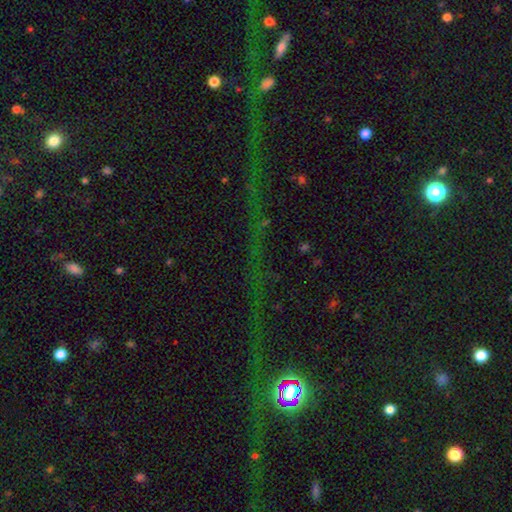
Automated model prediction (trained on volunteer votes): Smooth or featured: star or artifact — 76% (featured or disk — 13%)